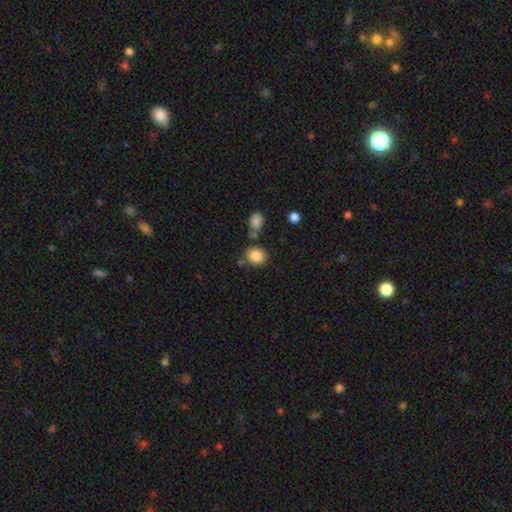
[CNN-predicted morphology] Smooth or featured: smooth — 86% (star or artifact — 10%)
How rounded: round — 59% (in between — 40%)
Merging: none — 69% (minor disturbance — 14%)